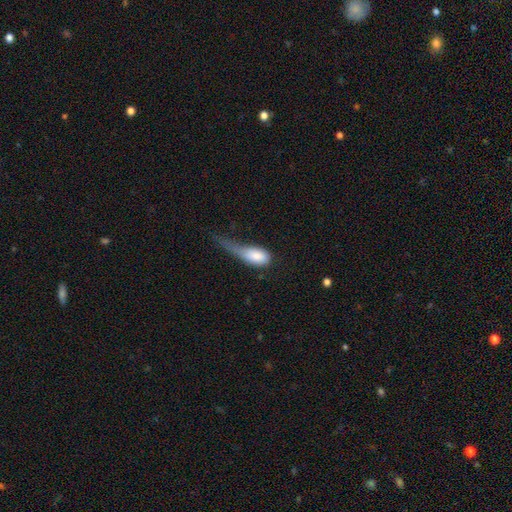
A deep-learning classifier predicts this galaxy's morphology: type=smooth (79%); roundness=in between (84%); merging=major disturbance (53%).